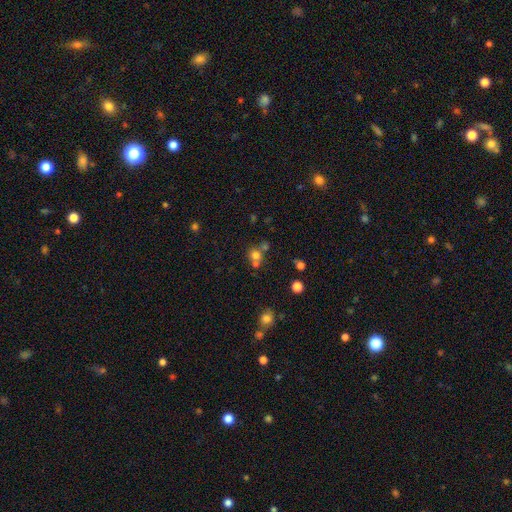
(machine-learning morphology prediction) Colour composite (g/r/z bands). It shows a smooth galaxy with no disk features (69%) that is round (83%). Merging: none (49%).